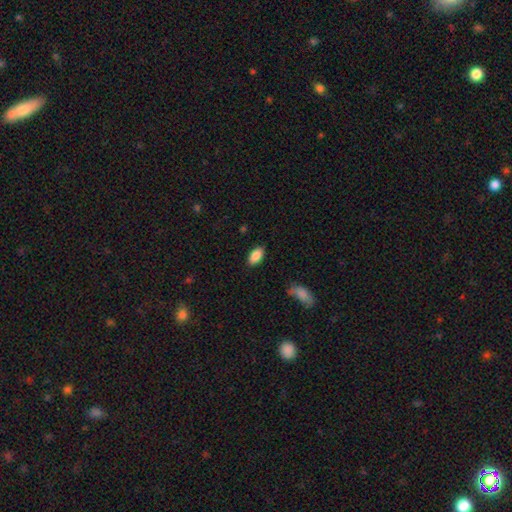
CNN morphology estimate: Smooth or featured?
  - smooth: 88% *
  - star or artifact: 7%
  - featured or disk: 5%
How rounded?
  - in between: 93% *
  - cigar-shaped: 4%
  - round: 4%
Merging?
  - none: 86% *
  - minor disturbance: 10%
  - major disturbance: 2%
  - merger: 1%